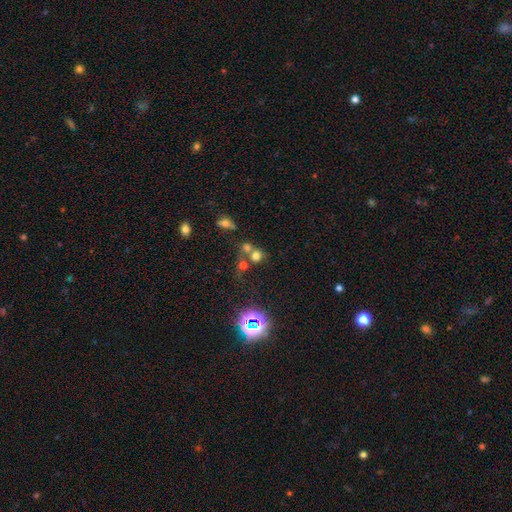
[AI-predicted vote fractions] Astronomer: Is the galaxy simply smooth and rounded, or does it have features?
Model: smooth — 63%.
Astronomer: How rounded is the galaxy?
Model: round — 78%.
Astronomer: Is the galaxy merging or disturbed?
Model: none — 44% (runner-up: merger, 42%).